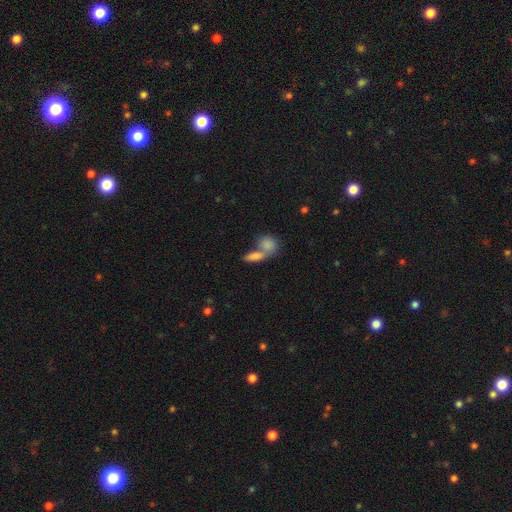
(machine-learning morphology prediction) Smooth or featured?
  - smooth: 77% *
  - featured or disk: 13%
  - star or artifact: 10%
How rounded?
  - in between: 69% *
  - cigar-shaped: 17%
  - round: 13%
Merging?
  - merger: 58% *
  - none: 31%
  - minor disturbance: 7%
  - major disturbance: 4%